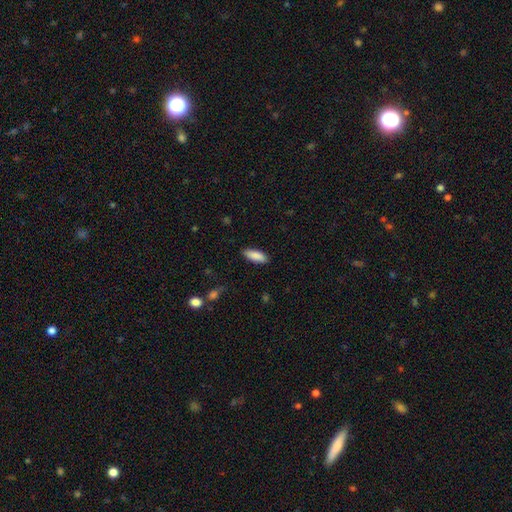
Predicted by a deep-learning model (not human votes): smooth-or-featured: smooth: 88% | star or artifact: 6% | featured or disk: 6%
  how-rounded: in between: 69% | cigar-shaped: 30% | round: 2%
  merging: none: 87% | minor disturbance: 10% | major disturbance: 2% | merger: 1%